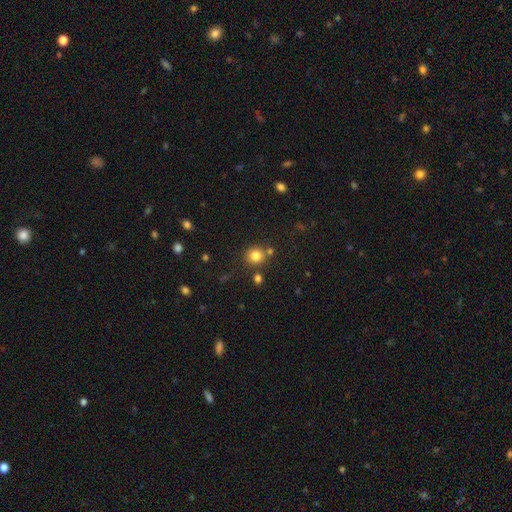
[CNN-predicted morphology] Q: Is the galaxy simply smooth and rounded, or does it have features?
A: smooth — 81%.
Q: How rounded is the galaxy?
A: round — 88%.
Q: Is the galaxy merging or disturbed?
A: none — 76%.